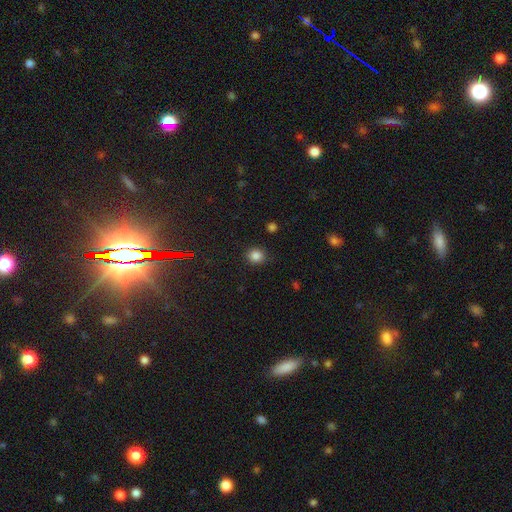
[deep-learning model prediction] smooth-or-featured: smooth: 83% | star or artifact: 13% | featured or disk: 4%
  how-rounded: round: 84% | in between: 16% | cigar-shaped: 1%
  merging: none: 88% | minor disturbance: 8% | major disturbance: 3% | merger: 1%